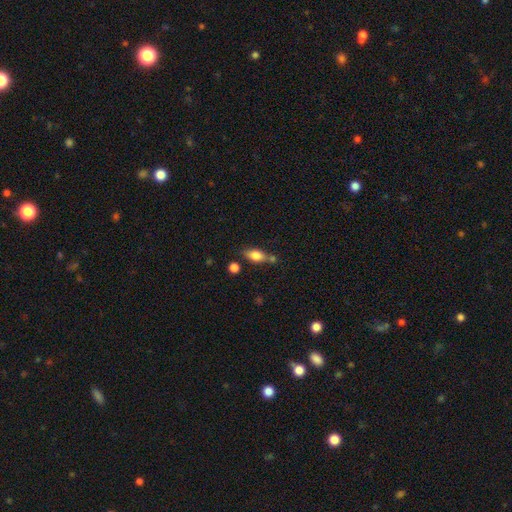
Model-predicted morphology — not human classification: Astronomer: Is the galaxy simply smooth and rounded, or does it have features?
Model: smooth — 76%.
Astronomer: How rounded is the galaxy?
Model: in between — 81%.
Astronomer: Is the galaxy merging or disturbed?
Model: none — 62%.